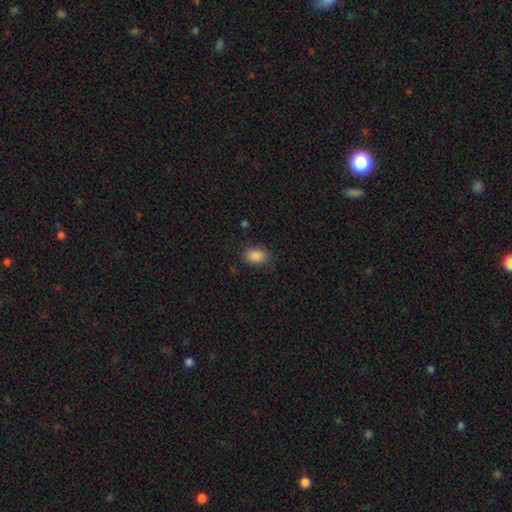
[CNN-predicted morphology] Smooth or featured: smooth — 88% (star or artifact — 8%)
How rounded: in between — 82% (round — 16%)
Merging: none — 80% (minor disturbance — 15%)